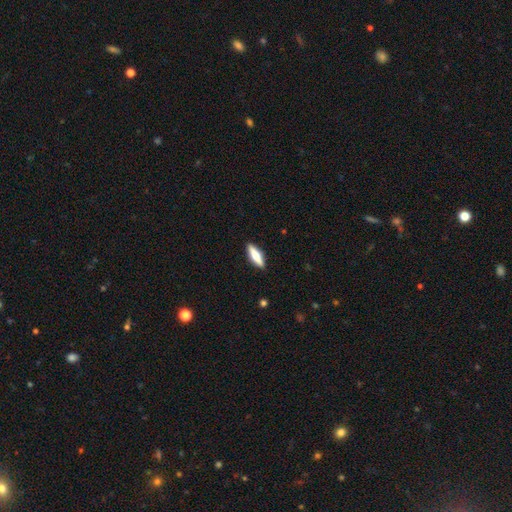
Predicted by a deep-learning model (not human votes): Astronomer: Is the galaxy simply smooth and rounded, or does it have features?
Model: smooth — 57% (runner-up: featured or disk, 37%).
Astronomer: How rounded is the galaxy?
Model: cigar-shaped — 56% (runner-up: in between, 41%).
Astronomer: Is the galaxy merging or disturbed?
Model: none — 90%.